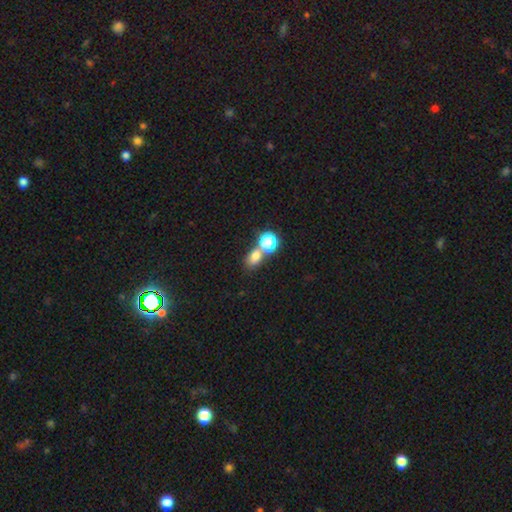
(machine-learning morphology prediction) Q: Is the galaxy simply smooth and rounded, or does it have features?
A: smooth — 72%.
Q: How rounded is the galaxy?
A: in between — 54%.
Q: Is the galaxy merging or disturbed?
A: none — 50%.